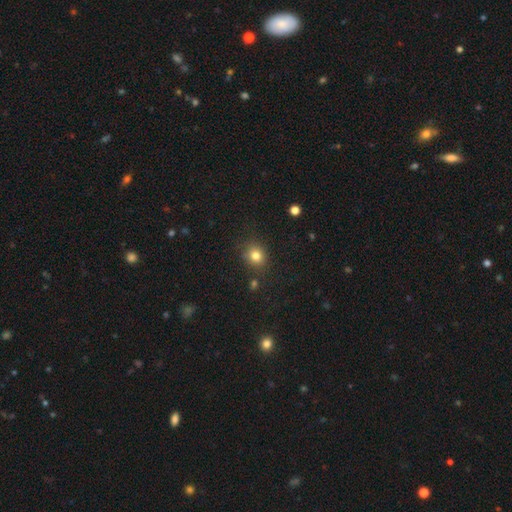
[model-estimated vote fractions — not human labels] Q: Smooth or featured?
A: smooth (81%); runner-up: star or artifact (12%)
Q: How rounded?
A: round (73%); runner-up: in between (26%)
Q: Merging?
A: none (82%); runner-up: minor disturbance (11%)